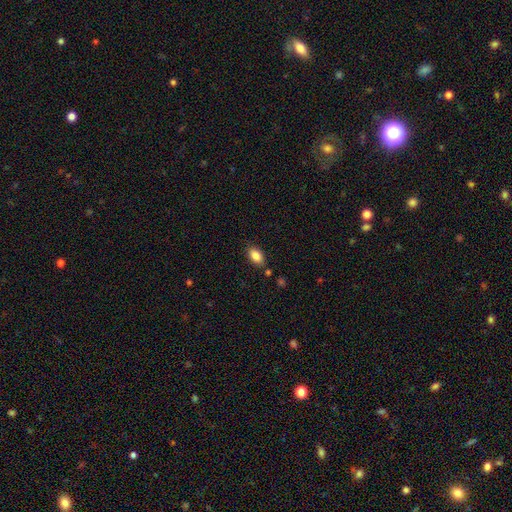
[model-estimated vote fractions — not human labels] Smooth or featured?
  - smooth: 86% *
  - star or artifact: 8%
  - featured or disk: 6%
How rounded?
  - in between: 90% *
  - round: 7%
  - cigar-shaped: 2%
Merging?
  - none: 83% *
  - minor disturbance: 11%
  - merger: 4%
  - major disturbance: 3%